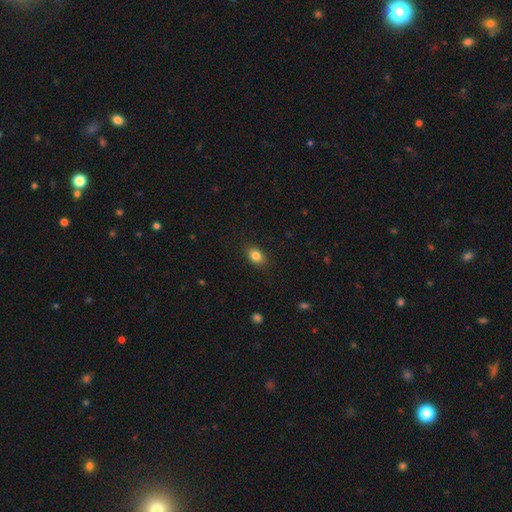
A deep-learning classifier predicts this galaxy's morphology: A smooth galaxy with no disk features (84%) that is in between round and cigar-shaped (79%). Merging: none (86%).